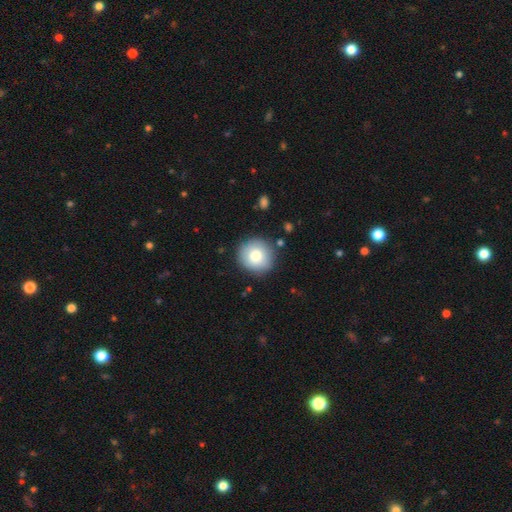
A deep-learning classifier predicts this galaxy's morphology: Q: Smooth or featured?
A: smooth (80%); runner-up: featured or disk (12%)
Q: How rounded?
A: round (93%); runner-up: in between (6%)
Q: Merging?
A: none (88%); runner-up: minor disturbance (8%)